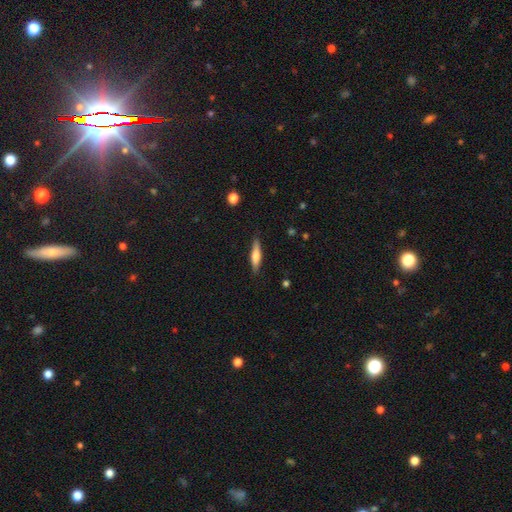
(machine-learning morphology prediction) The model was most divided on "smooth or featured": smooth: 58%, featured or disk: 36%, star or artifact: 6%. More confident: merging — none (85%); how rounded — cigar-shaped (79%).